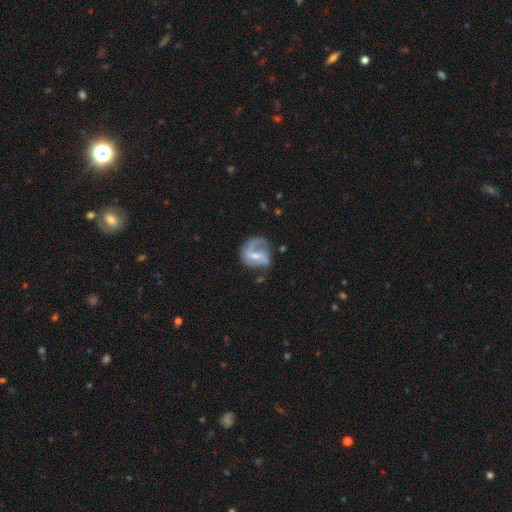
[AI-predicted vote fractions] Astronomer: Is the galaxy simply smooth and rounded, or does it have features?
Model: featured or disk — 80%.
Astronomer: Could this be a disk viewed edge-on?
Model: no — 98%.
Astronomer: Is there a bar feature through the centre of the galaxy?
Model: weak — 48% (runner-up: strong, 30%).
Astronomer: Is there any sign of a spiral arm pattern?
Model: yes — 91%.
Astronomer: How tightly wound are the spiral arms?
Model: medium — 46% (runner-up: loose, 36%).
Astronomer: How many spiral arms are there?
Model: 2 — 61%.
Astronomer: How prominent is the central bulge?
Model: small — 50% (runner-up: moderate, 42%).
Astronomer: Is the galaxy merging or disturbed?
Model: none — 53%.